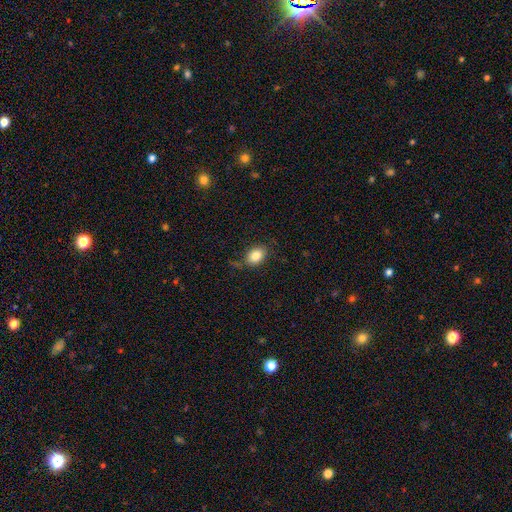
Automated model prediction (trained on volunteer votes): A smooth galaxy with no disk features (83%) that is in between round and cigar-shaped (72%).

Vote fractions:
- Smooth or featured? smooth: 83% / star or artifact: 9% / featured or disk: 8%
- How rounded? in between: 72% / round: 27% / cigar-shaped: 1%
- Merging? none: 79% / minor disturbance: 14% / major disturbance: 4% / merger: 3%